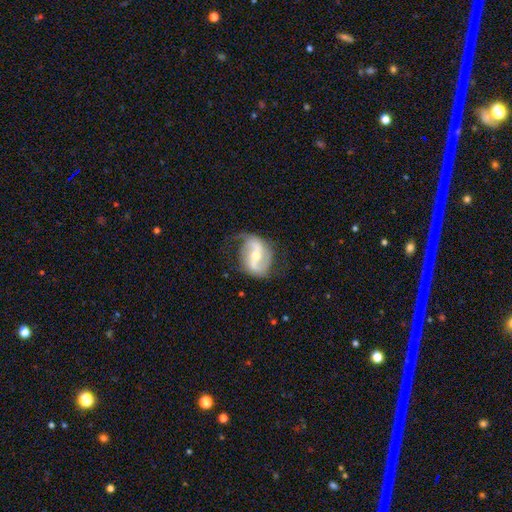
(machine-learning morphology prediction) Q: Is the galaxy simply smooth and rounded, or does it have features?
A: featured or disk — 85%.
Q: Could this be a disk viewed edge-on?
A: no — 97%.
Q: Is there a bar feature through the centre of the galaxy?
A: strong — 41%.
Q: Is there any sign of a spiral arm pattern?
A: yes — 93%.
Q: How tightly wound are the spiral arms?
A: loose — 55%.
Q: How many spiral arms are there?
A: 2 — 90%.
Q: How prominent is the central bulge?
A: moderate — 56%.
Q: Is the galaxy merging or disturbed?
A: none — 66%.